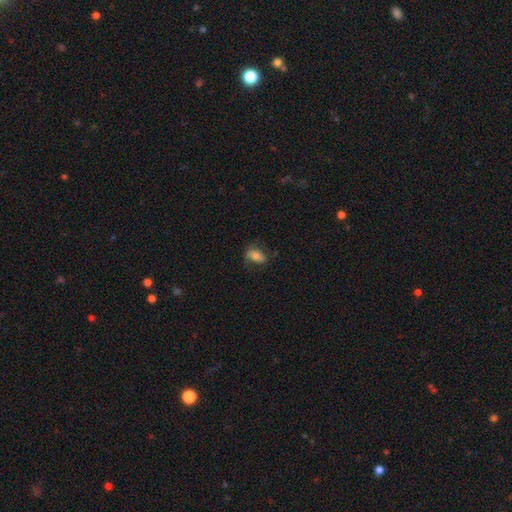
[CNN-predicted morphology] Smooth or featured: smooth — 66% (featured or disk — 25%)
How rounded: in between — 85% (round — 10%)
Merging: none — 58% (minor disturbance — 25%)